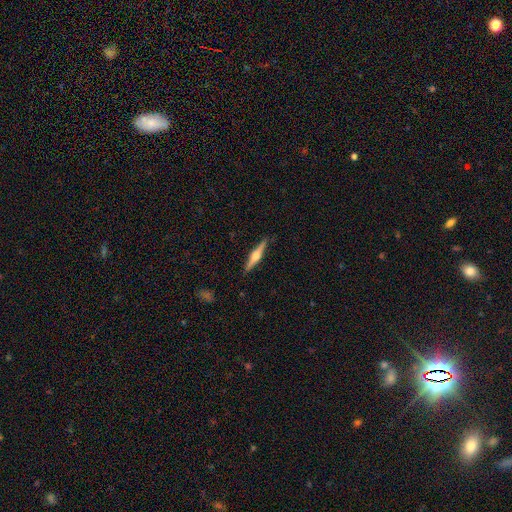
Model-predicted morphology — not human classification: A featured or disk galaxy (69%) viewed edge-on (98%) with a rounded central bulge (91%). Merging: none (90%).